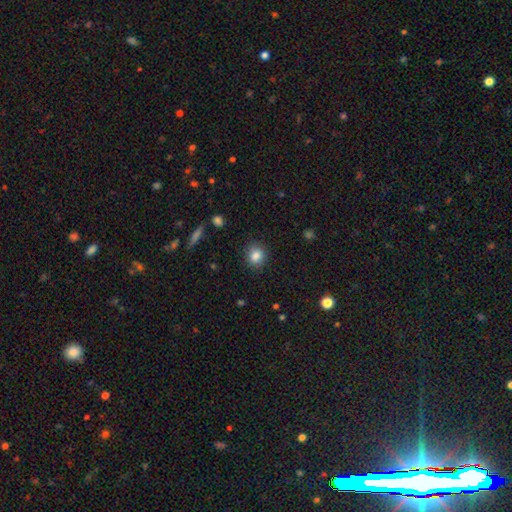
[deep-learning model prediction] Overall: smooth (84%). How rounded: round (74%). Merging: none (86%).